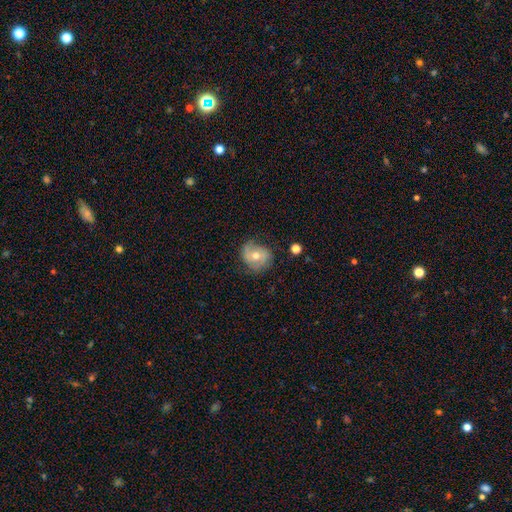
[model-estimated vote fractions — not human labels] Smooth or featured? Predicted: featured or disk (p=0.60). Edge-on disk? Predicted: no (p=0.97). Bar? Predicted: no (p=0.64). Spiral arms? Predicted: yes (p=0.81). Bulge size? Predicted: moderate (p=0.72). Merging? Predicted: none (p=0.70).